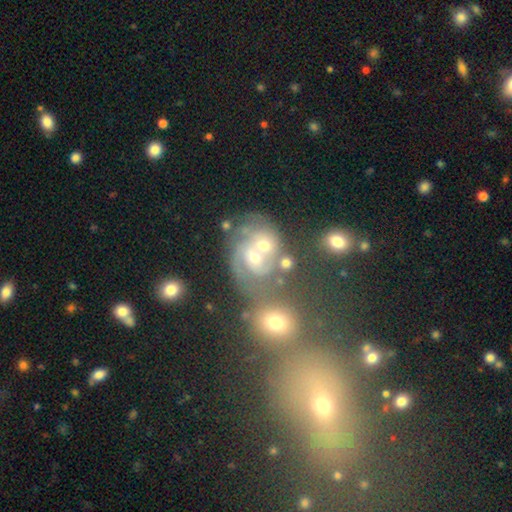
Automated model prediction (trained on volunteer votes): featured or disk 66%, smooth 20%, star or artifact 13%. Down the decision tree: edge-on disk — no (97%); bar — no (72%); spiral arms — yes (83%); spiral arm count — 2 (55%); spiral winding — medium (46%); bulge size — moderate (53%); merging — merger (46%).